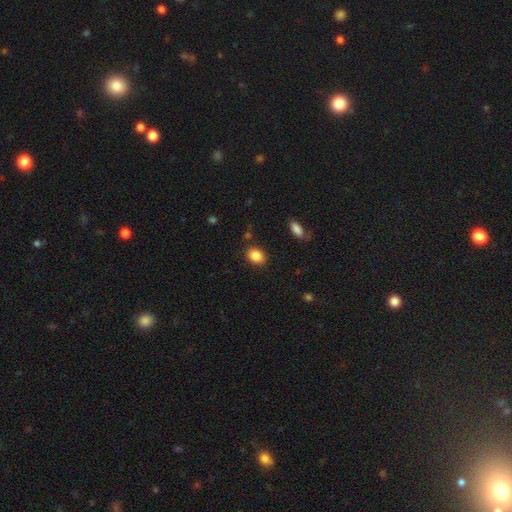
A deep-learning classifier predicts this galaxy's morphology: A smooth galaxy with no disk features (86%) that is in between round and cigar-shaped (66%). Merging: none (86%).